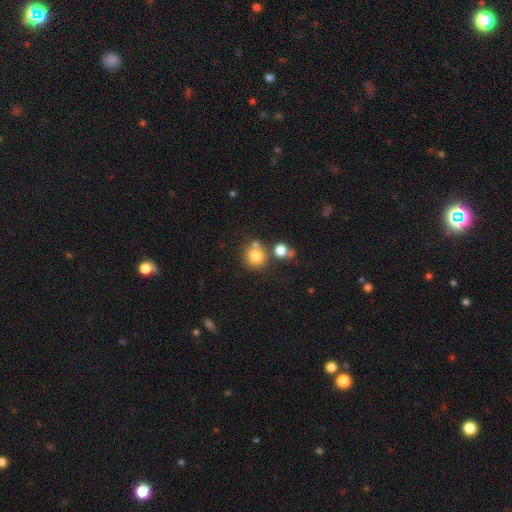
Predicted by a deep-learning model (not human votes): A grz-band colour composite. It shows a smooth galaxy with no disk features (79%) that is round (89%). Merging: none (65%).